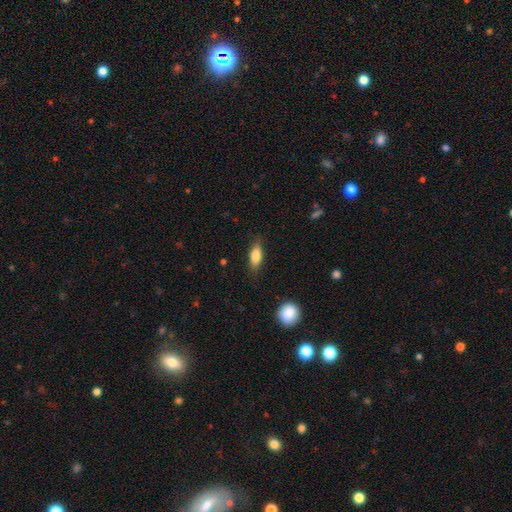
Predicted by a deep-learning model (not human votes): Smooth or featured? Predicted: smooth (p=0.79). How rounded? Predicted: in between (p=0.71). Merging? Predicted: none (p=0.80).